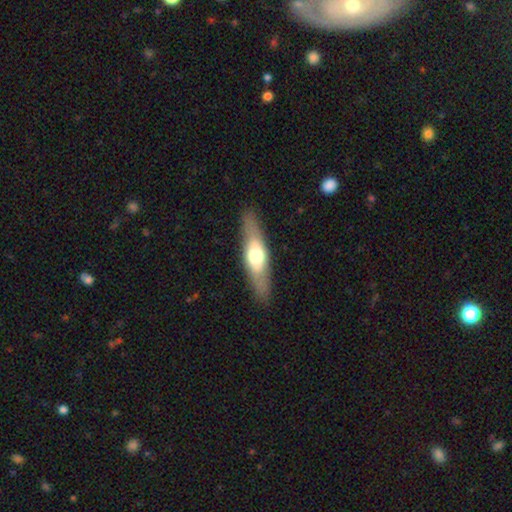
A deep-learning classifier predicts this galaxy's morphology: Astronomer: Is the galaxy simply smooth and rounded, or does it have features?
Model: smooth — 47%, tied with featured or disk at 47%.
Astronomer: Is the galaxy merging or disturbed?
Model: none — 85%.